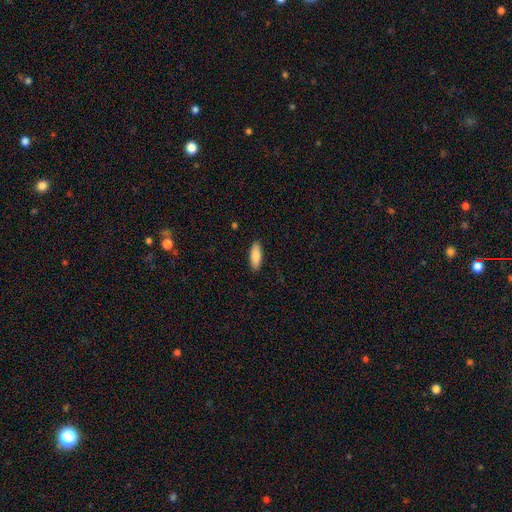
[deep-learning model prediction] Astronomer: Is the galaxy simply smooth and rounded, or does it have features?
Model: smooth — 87%.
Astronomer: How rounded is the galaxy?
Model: in between — 64%.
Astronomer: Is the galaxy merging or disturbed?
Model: none — 90%.